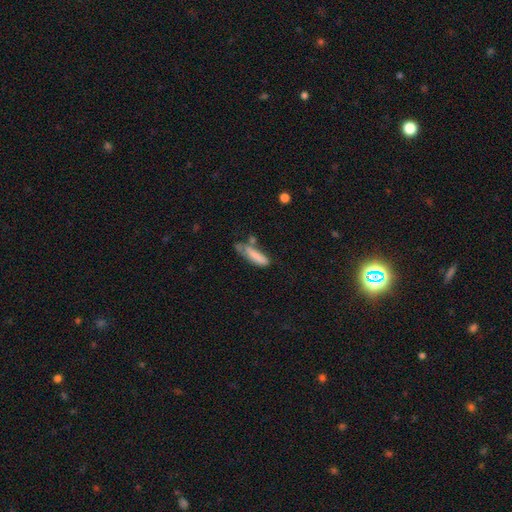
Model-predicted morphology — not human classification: A smooth galaxy with no disk features (76%) that is cigar-shaped (67%). Merging: none (37%).